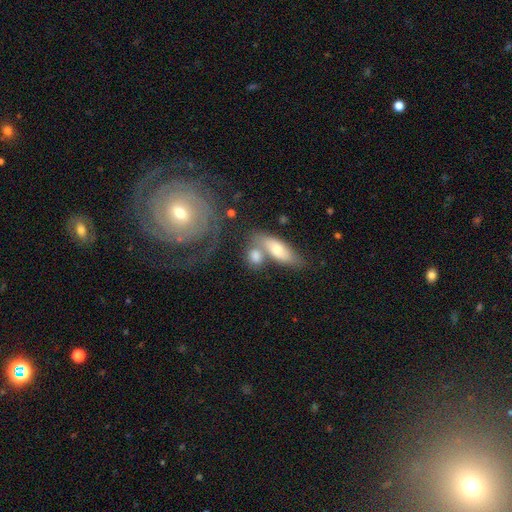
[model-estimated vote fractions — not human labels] Smooth or featured: smooth — 69% (featured or disk — 23%)
How rounded: in between — 68% (round — 19%)
Merging: merger — 47% (none — 35%)